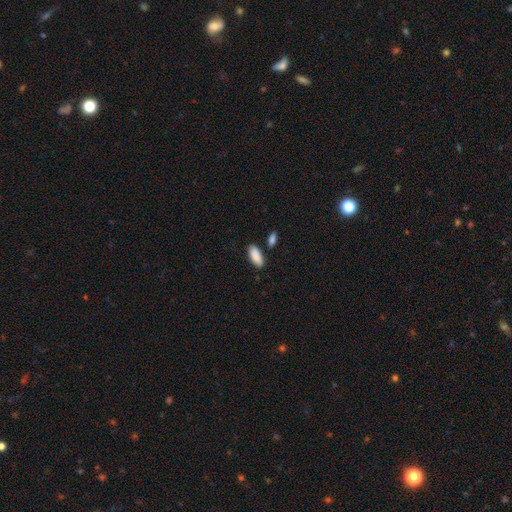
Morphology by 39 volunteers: smooth_or_featured: smooth (p=0.82) [alt: featured or disk p=0.10]
how_rounded: in between (p=0.94) [alt: cigar-shaped p=0.06]
merging: none (p=0.78) [alt: merger p=0.11]